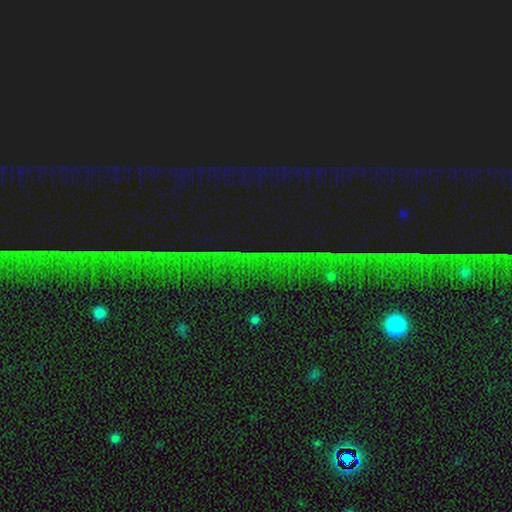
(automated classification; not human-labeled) This appears to be a star or artifact, not a galaxy (80%).